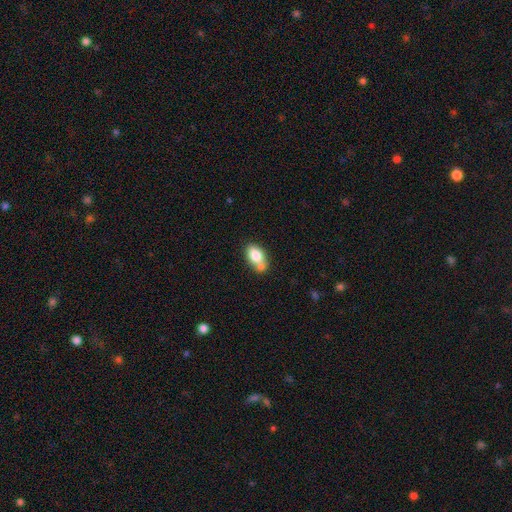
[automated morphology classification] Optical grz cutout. It shows a smooth galaxy with no disk features (78%) that is in between round and cigar-shaped (86%). Merging: none (45%).